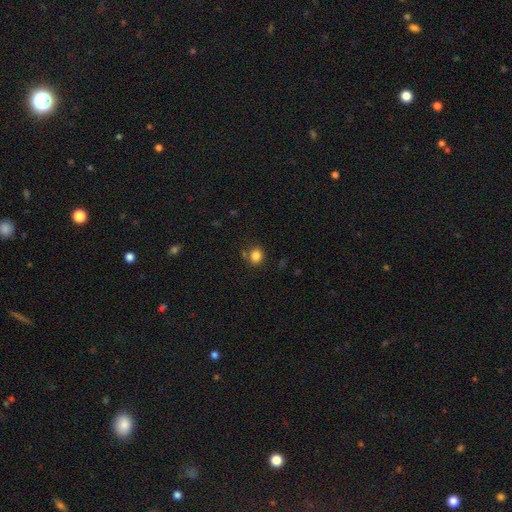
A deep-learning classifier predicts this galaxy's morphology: Q: Smooth or featured?
A: smooth (84%); runner-up: star or artifact (11%)
Q: How rounded?
A: round (66%); runner-up: in between (33%)
Q: Merging?
A: none (76%); runner-up: minor disturbance (13%)